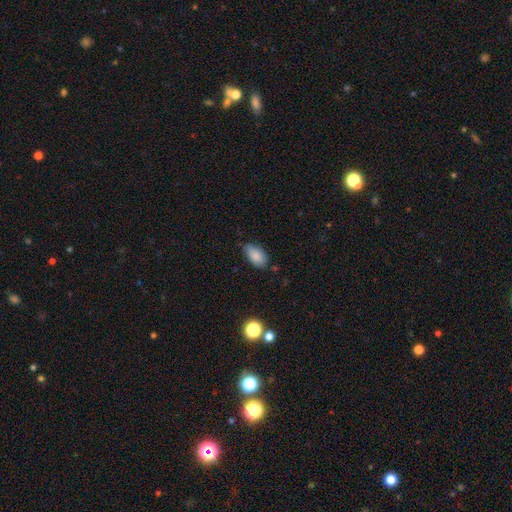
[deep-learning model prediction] smooth_or_featured: smooth (p=0.84) [alt: star or artifact p=0.08]
how_rounded: in between (p=0.92) [alt: round p=0.05]
merging: none (p=0.67) [alt: minor disturbance p=0.27]